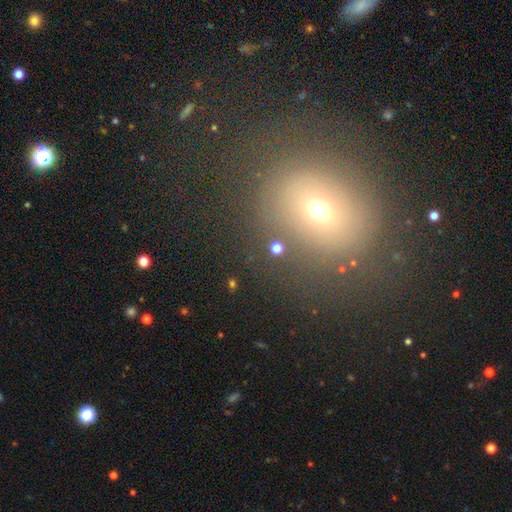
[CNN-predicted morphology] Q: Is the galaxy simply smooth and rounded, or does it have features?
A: smooth — 58%.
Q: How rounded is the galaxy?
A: round — 62%.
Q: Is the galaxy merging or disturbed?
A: none — 78%.